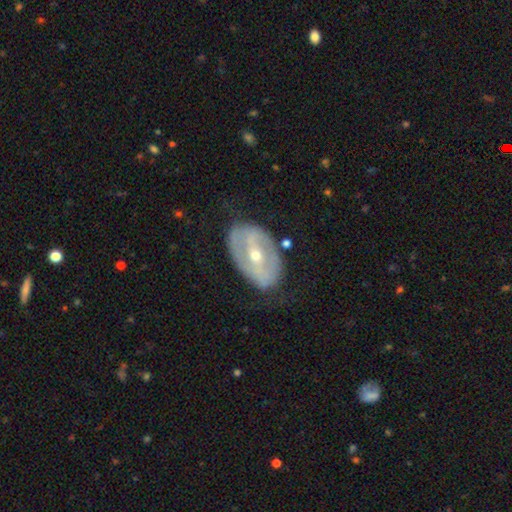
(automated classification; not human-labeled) featured or disk 74%, smooth 20%, star or artifact 6%. Down the decision tree: edge-on disk — no (92%); bar — strong (46%); spiral arms — no (52%); bulge size — small (52%); merging — none (70%).